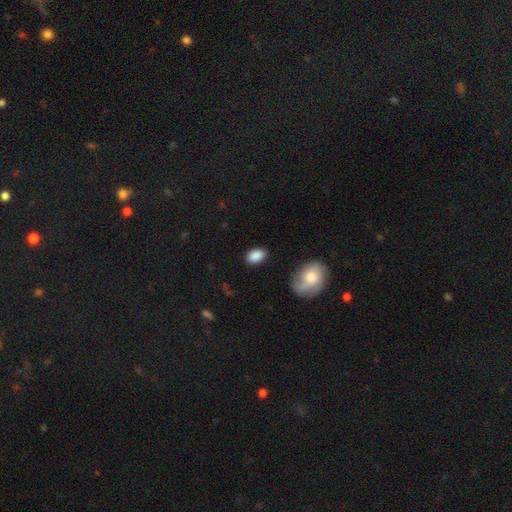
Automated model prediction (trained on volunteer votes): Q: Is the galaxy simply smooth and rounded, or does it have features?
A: smooth — 88%.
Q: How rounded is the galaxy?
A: in between — 85%.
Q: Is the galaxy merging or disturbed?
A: none — 83%.